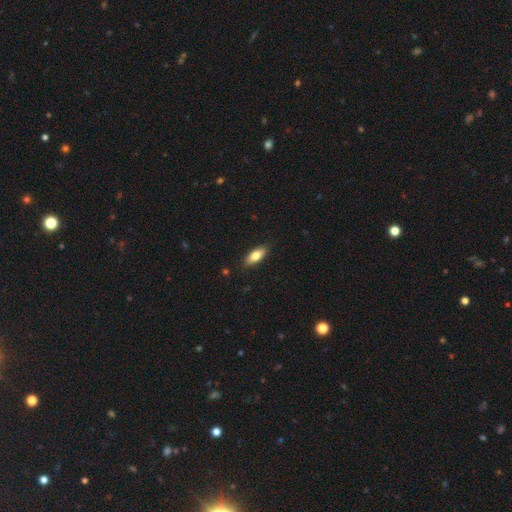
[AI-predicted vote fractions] This is likely a smooth galaxy (75%). How rounded: likely in between (74%). Merging: clearly none (87%).